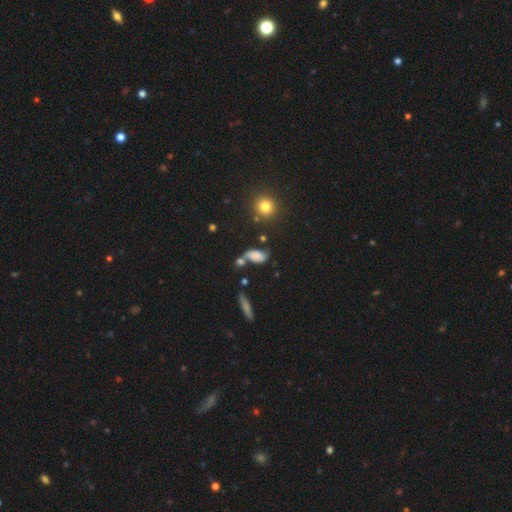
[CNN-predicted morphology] A smooth galaxy with no disk features (53%) that is in between round and cigar-shaped (84%). Merging: none (41%).